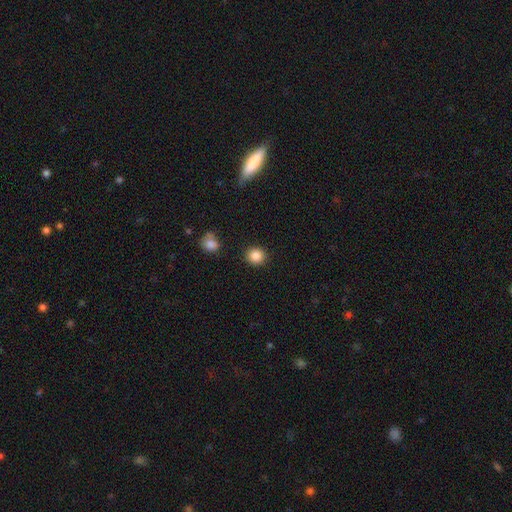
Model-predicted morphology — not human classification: Smooth or featured? Predicted: smooth (p=0.86). How rounded? Predicted: round (p=0.87). Merging? Predicted: none (p=0.89).